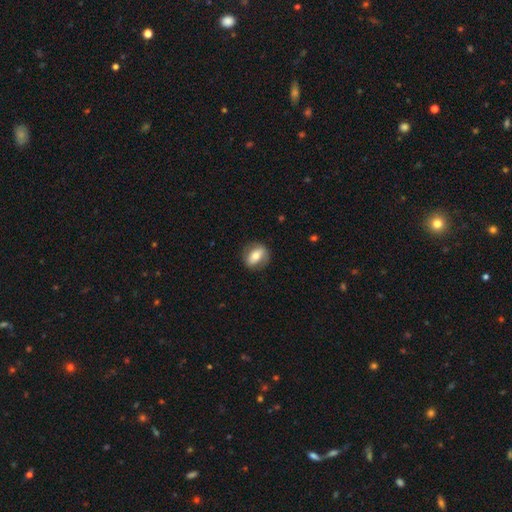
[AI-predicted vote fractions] A smooth galaxy with no disk features (56%) that is in between round and cigar-shaped (60%). Merging: none (81%).